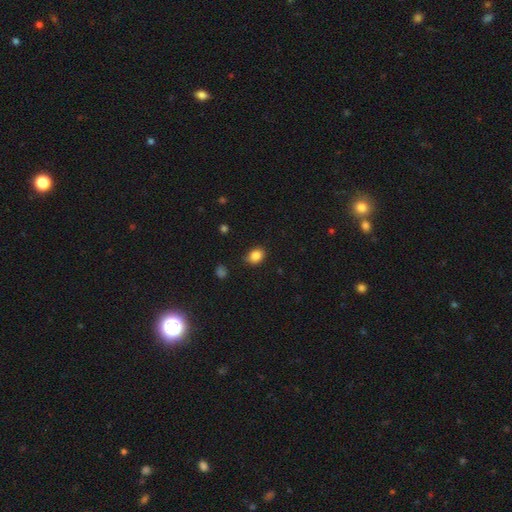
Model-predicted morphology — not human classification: Overall: smooth (86%). How rounded: in between (54%; round 45%). Merging: none (82%).